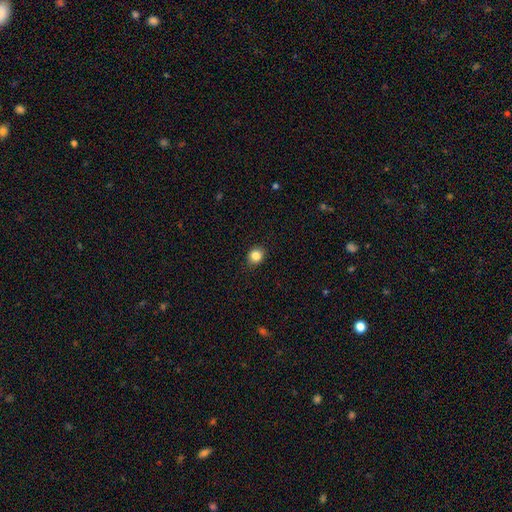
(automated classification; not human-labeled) This is clearly a smooth galaxy (85%). How rounded: likely round (69%). Merging: clearly none (87%).